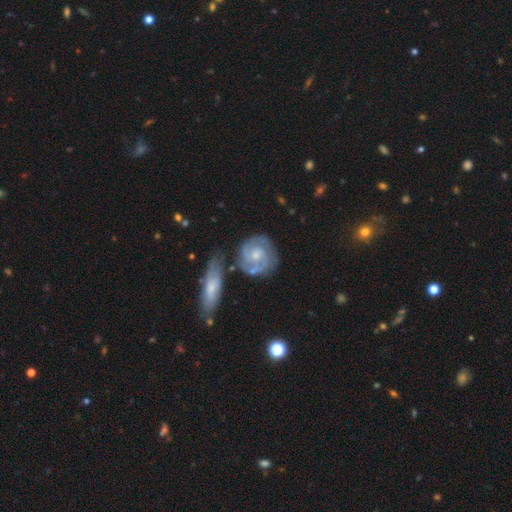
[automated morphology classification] This appears to be a featured or disk galaxy (81%) with no bar (61%), 2 (72%) tight (58%) spiral arms (95%) and a small central bulge (49%). Merging: none (66%).